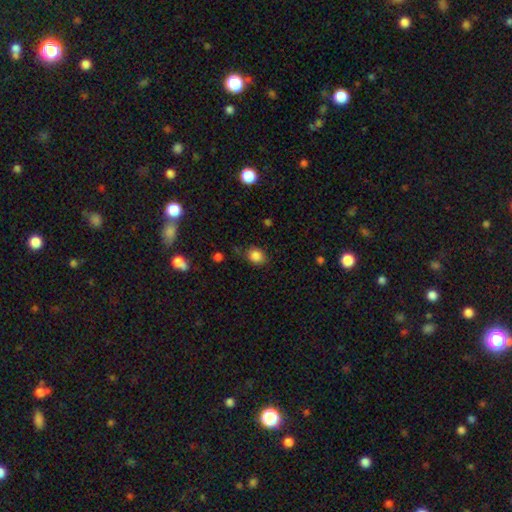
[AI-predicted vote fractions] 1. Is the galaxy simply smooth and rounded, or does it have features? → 85% smooth, 11% star or artifact, 5% featured or disk.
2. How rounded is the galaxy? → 54% round, 45% in between, 1% cigar-shaped.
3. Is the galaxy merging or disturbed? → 75% none, 18% minor disturbance, 4% major disturbance, 2% merger.